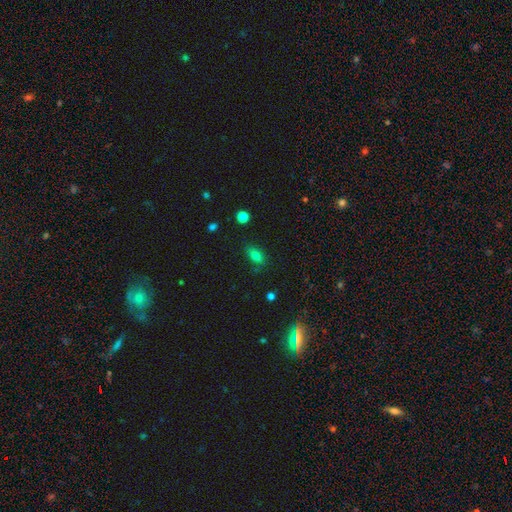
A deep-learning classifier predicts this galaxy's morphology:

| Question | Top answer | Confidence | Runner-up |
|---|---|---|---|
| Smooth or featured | smooth | 78% | star or artifact (13%) |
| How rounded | in between | 82% | round (10%) |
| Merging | none | 74% | minor disturbance (19%) |